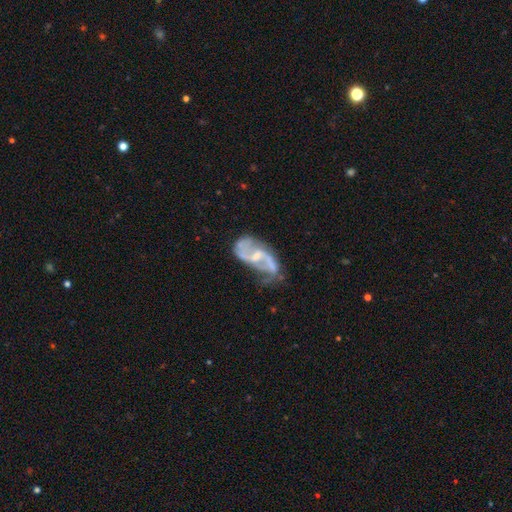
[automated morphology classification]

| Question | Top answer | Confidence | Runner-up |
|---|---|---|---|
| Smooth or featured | featured or disk | 85% | smooth (9%) |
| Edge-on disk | no | 97% | yes (3%) |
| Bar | weak | 51% | no (30%) |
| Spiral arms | yes | 91% | no (9%) |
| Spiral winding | loose | 53% | medium (37%) |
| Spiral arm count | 2 | 86% | can't tell (6%) |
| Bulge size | small | 50% | moderate (31%) |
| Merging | none | 45% | minor disturbance (26%) |